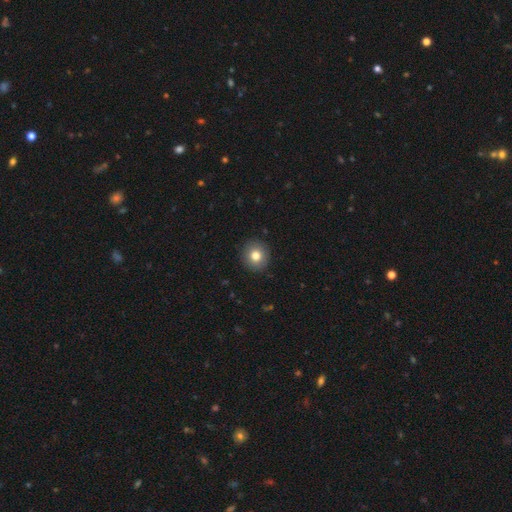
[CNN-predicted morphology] This appears to be a smooth galaxy with no disk features (80%) that is round (89%). Merging: none (91%).